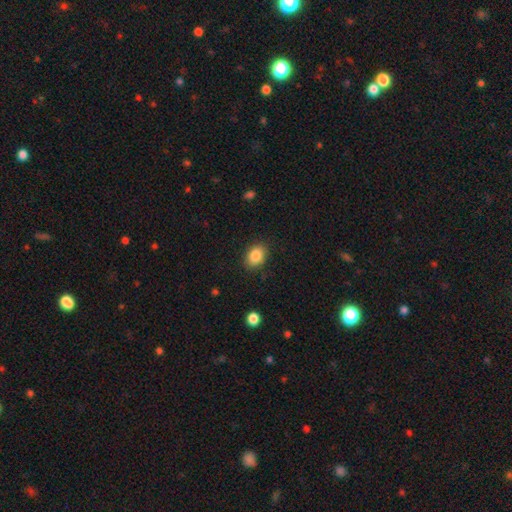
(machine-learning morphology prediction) The model was most divided on "how rounded": in between: 70%, round: 29%, cigar-shaped: 1%. More confident: merging — none (86%); smooth or featured — smooth (86%).